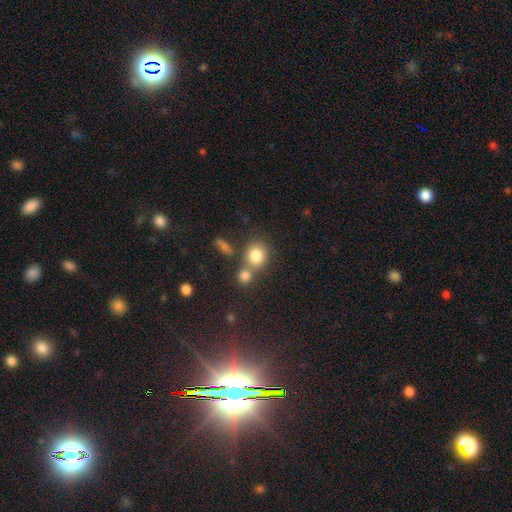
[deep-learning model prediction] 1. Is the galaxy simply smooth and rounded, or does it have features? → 80% smooth, 11% star or artifact, 9% featured or disk.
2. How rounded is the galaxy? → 77% round, 22% in between, 1% cigar-shaped.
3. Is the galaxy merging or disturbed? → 55% none, 32% merger, 10% minor disturbance, 4% major disturbance.